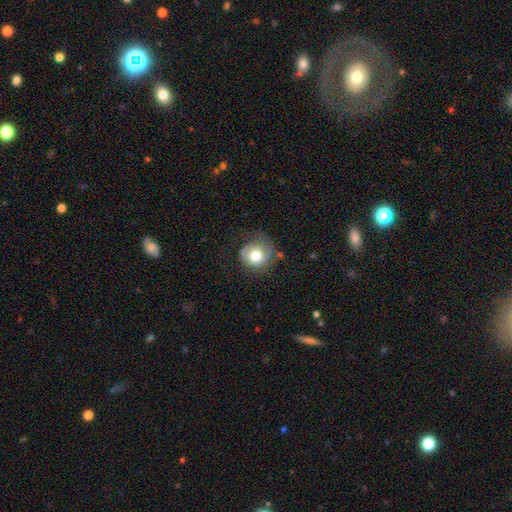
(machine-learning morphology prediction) type=smooth (70%); roundness=round (86%); merging=none (56%).